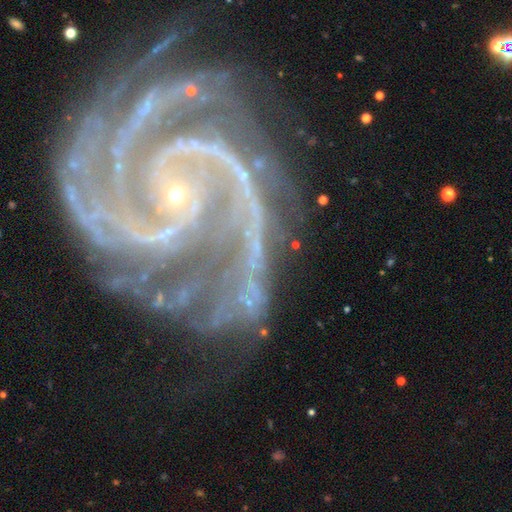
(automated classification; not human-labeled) Smooth or featured? Predicted: featured or disk (p=0.71). Edge-on disk? Predicted: no (p=0.95). Bar? Predicted: no (p=0.49). Spiral arms? Predicted: yes (p=0.89). Spiral winding? Predicted: tight (p=0.41). Spiral arm count? Predicted: 2 (p=0.38). Bulge size? Predicted: small (p=0.73). Merging? Predicted: none (p=0.51).